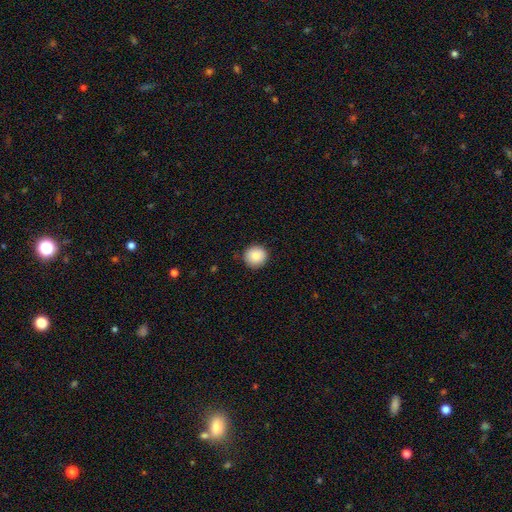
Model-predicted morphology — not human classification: Smooth or featured: smooth — 84% (star or artifact — 8%)
How rounded: round — 94% (in between — 5%)
Merging: none — 89% (minor disturbance — 8%)